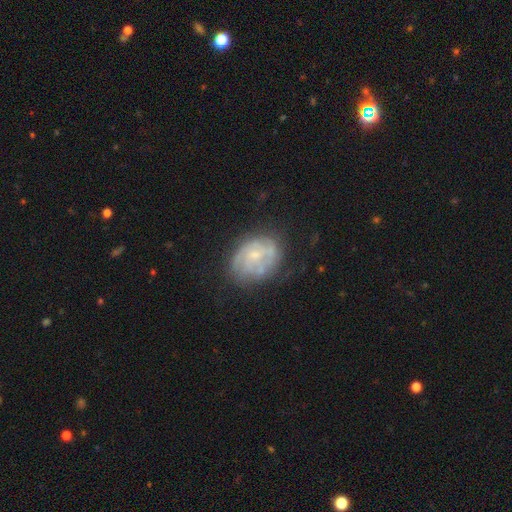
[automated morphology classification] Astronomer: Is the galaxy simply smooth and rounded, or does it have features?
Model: featured or disk — 65%.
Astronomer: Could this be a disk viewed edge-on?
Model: no — 97%.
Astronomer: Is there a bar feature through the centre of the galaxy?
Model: no — 74%.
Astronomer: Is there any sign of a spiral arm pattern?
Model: yes — 63%.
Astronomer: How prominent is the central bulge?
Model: small — 61%.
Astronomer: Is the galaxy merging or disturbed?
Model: none — 61%.